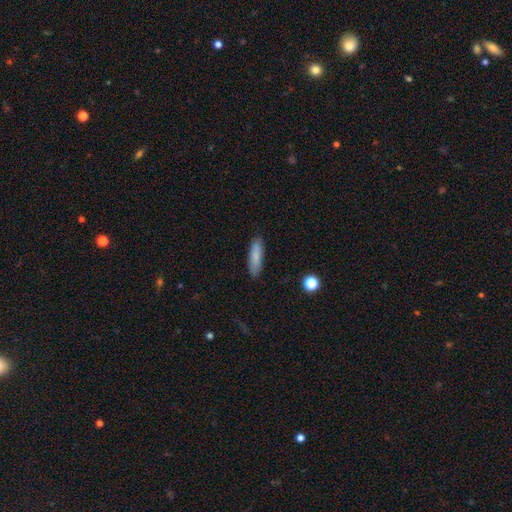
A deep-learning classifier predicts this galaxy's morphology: Overall: smooth (83%). How rounded: cigar-shaped (67%; in between 31%). Merging: none (86%).